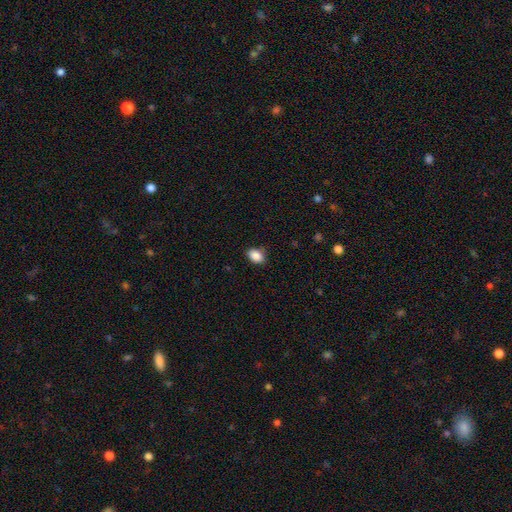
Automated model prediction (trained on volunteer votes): A smooth galaxy with no disk features (88%) that is in between round and cigar-shaped (76%). Merging: none (84%).